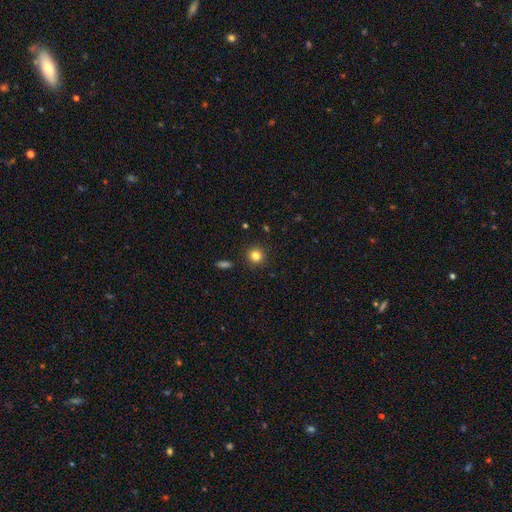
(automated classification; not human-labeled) A smooth galaxy with no disk features (82%) that is round (92%).

Vote fractions:
- Smooth or featured? smooth: 82% / star or artifact: 12% / featured or disk: 6%
- How rounded? round: 92% / in between: 7% / cigar-shaped: 1%
- Merging? none: 90% / minor disturbance: 6% / major disturbance: 2% / merger: 2%